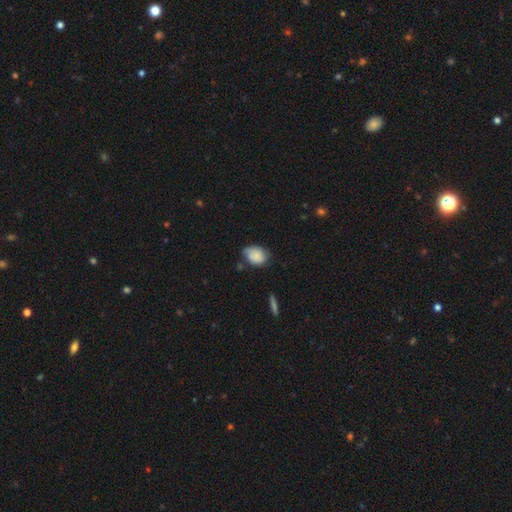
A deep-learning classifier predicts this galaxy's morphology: A smooth galaxy with no disk features (69%) that is in between round and cigar-shaped (68%).

Vote fractions:
- Smooth or featured? smooth: 69% / featured or disk: 22% / star or artifact: 8%
- How rounded? in between: 68% / round: 31% / cigar-shaped: 1%
- Merging? none: 47% / minor disturbance: 36% / major disturbance: 12% / merger: 5%